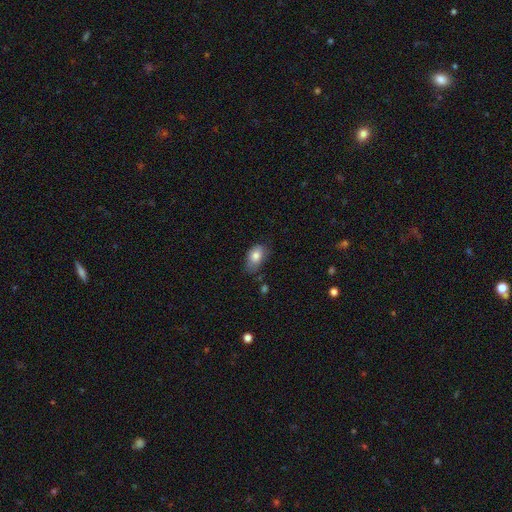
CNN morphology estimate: This is clearly a smooth galaxy (81%). How rounded: clearly in between (89%). Merging: possibly none (57%).